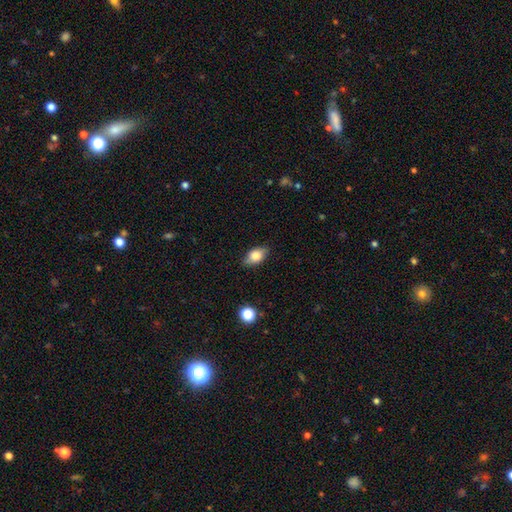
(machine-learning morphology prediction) Q: Smooth or featured?
A: smooth (76%); runner-up: featured or disk (16%)
Q: How rounded?
A: in between (86%); runner-up: round (10%)
Q: Merging?
A: none (85%); runner-up: minor disturbance (12%)